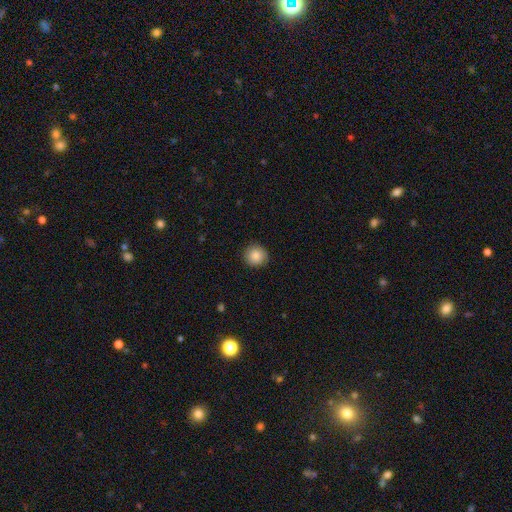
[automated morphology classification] A smooth galaxy with no disk features (86%) that is round (93%).

Vote fractions:
- Smooth or featured? smooth: 86% / star or artifact: 8% / featured or disk: 6%
- How rounded? round: 93% / in between: 7% / cigar-shaped: 1%
- Merging? none: 89% / minor disturbance: 8% / major disturbance: 2% / merger: 1%